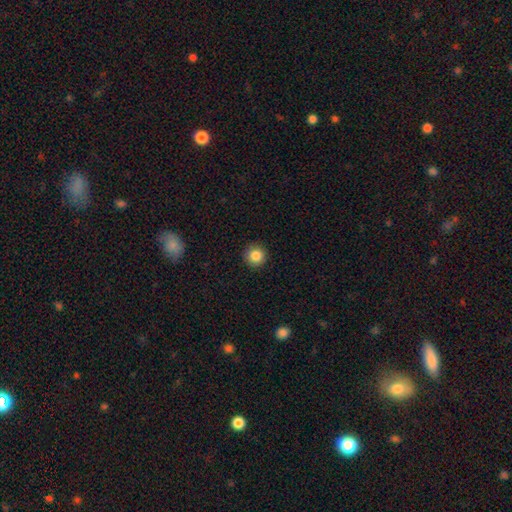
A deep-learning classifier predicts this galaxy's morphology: This appears to be a smooth galaxy with no disk features (85%) that is round (95%). Merging: none (92%).